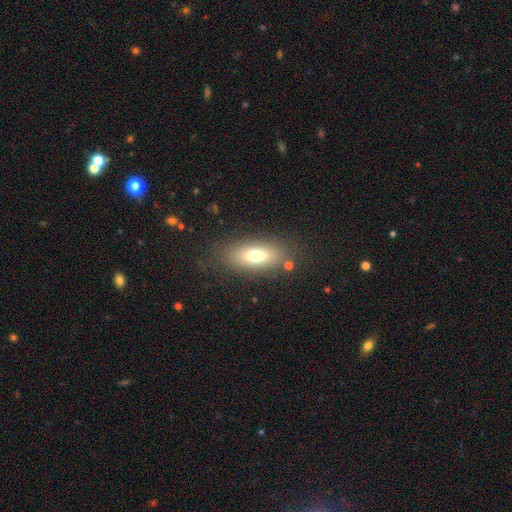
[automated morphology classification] A smooth galaxy with no disk features (72%) that is in between round and cigar-shaped (79%).

Vote fractions:
- Smooth or featured? smooth: 72% / featured or disk: 18% / star or artifact: 10%
- How rounded? in between: 79% / cigar-shaped: 15% / round: 6%
- Merging? none: 80% / minor disturbance: 12% / major disturbance: 6% / merger: 3%